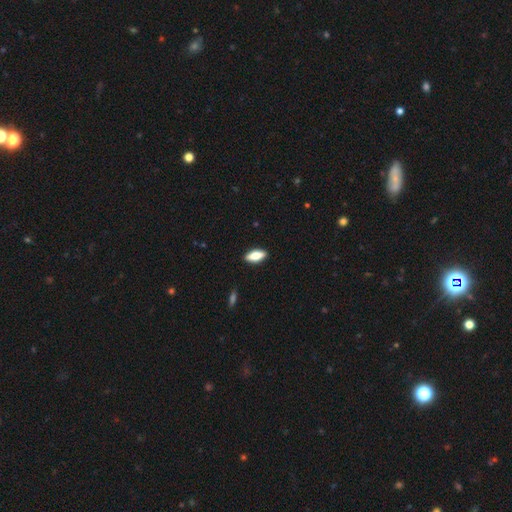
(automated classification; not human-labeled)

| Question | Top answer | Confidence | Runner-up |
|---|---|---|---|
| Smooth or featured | smooth | 73% | featured or disk (21%) |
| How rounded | in between | 75% | cigar-shaped (23%) |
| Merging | none | 89% | minor disturbance (8%) |